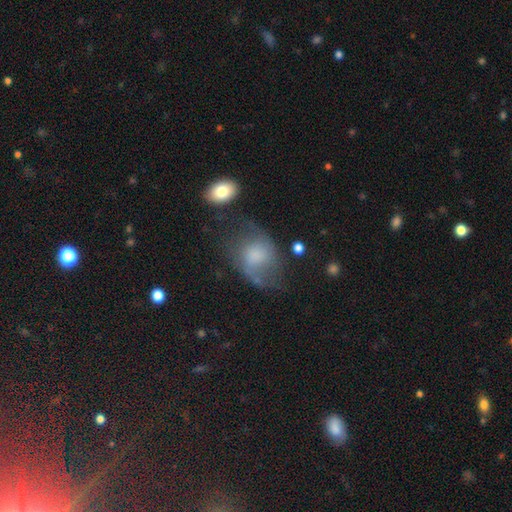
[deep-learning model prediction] A featured or disk galaxy (51%). Merging: none (44%).